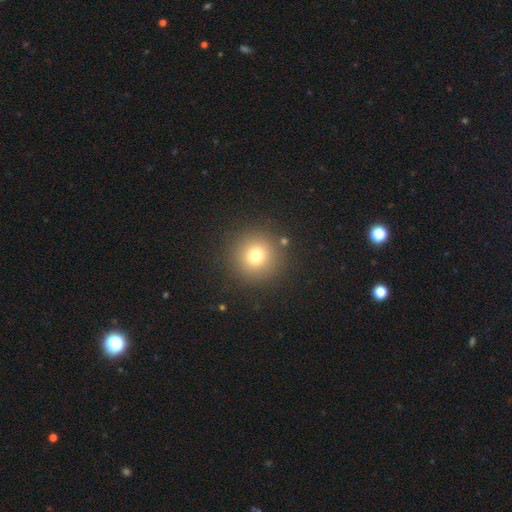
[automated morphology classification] A smooth galaxy with no disk features (75%) that is round (95%).

Vote fractions:
- Smooth or featured? smooth: 75% / star or artifact: 15% / featured or disk: 10%
- How rounded? round: 95% / in between: 4% / cigar-shaped: 1%
- Merging? none: 89% / minor disturbance: 6% / major disturbance: 3% / merger: 2%